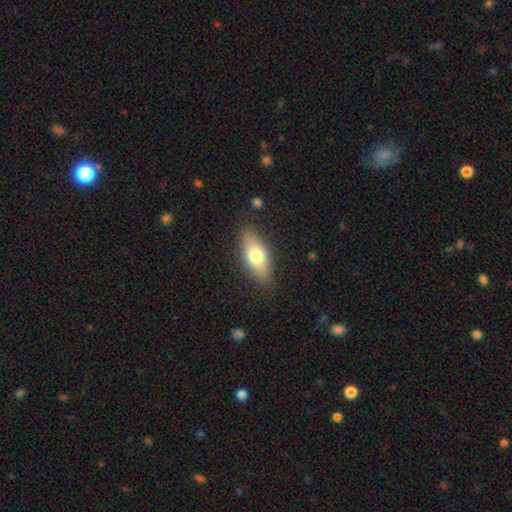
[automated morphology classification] Smooth or featured? smooth (71%)
How rounded? in between (78%)
Merging? none (83%)